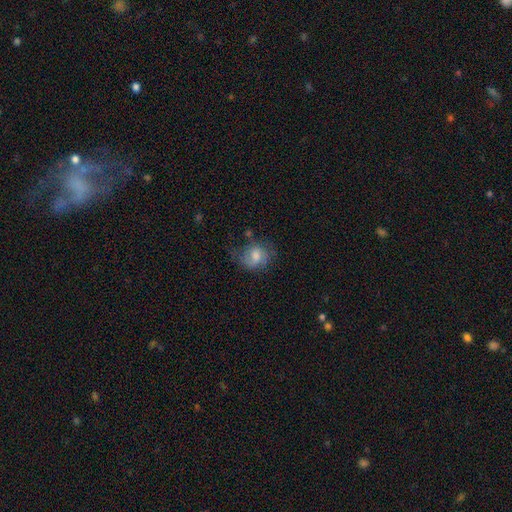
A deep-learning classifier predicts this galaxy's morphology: A smooth galaxy with no disk features (46%).

Vote fractions:
- Smooth or featured? smooth: 46% / featured or disk: 44% / star or artifact: 10%
- Merging? none: 50% / minor disturbance: 27% / major disturbance: 19% / merger: 4%